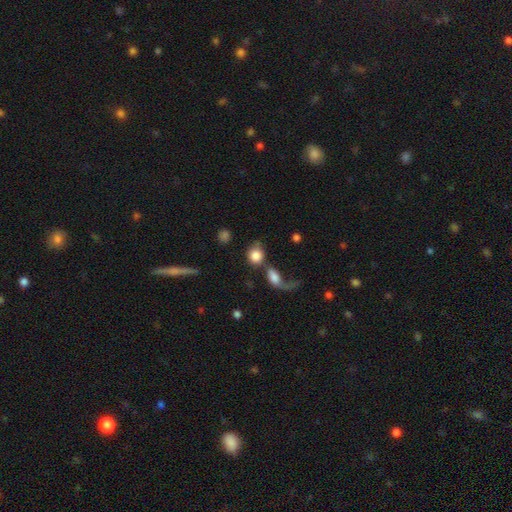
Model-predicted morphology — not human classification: The model was most divided on "merging": merger: 38%, none: 33%, major disturbance: 17%, minor disturbance: 11%. More confident: smooth or featured — smooth (79%); how rounded — round (72%).